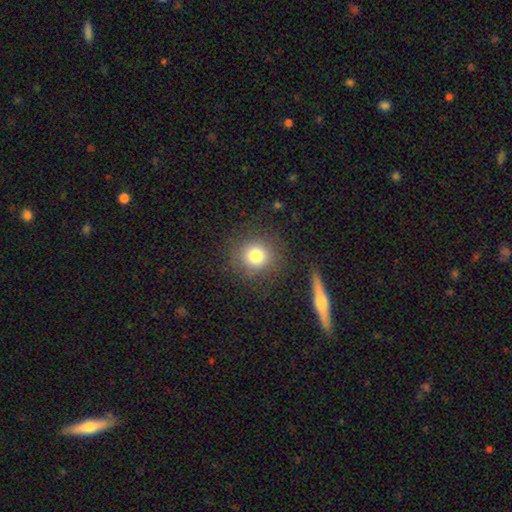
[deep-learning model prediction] Smooth or featured? smooth (78%)
How rounded? round (92%)
Merging? none (83%)